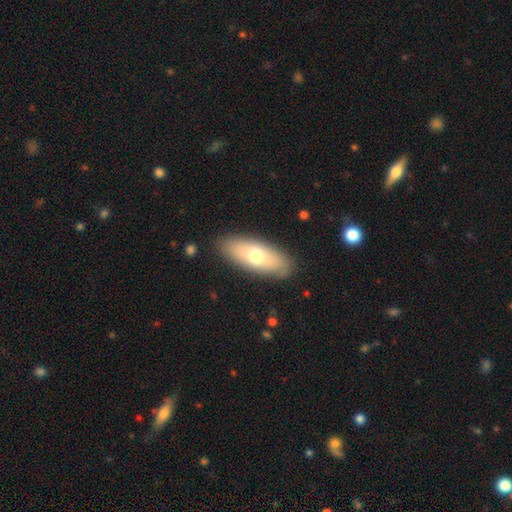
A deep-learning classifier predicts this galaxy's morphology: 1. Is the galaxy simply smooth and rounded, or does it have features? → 65% smooth, 29% featured or disk, 6% star or artifact.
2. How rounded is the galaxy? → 76% in between, 22% cigar-shaped, 3% round.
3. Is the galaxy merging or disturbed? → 87% none, 10% minor disturbance, 2% major disturbance, 1% merger.